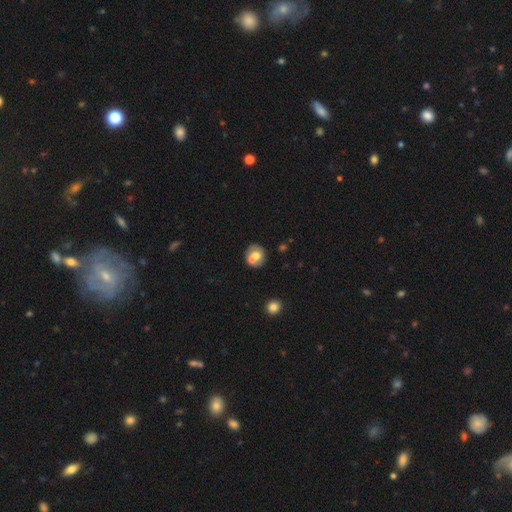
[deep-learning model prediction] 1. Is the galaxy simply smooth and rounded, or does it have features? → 59% smooth, 32% featured or disk, 8% star or artifact.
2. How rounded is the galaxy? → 76% round, 23% in between, 1% cigar-shaped.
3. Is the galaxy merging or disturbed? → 47% none, 37% merger, 12% minor disturbance, 4% major disturbance.